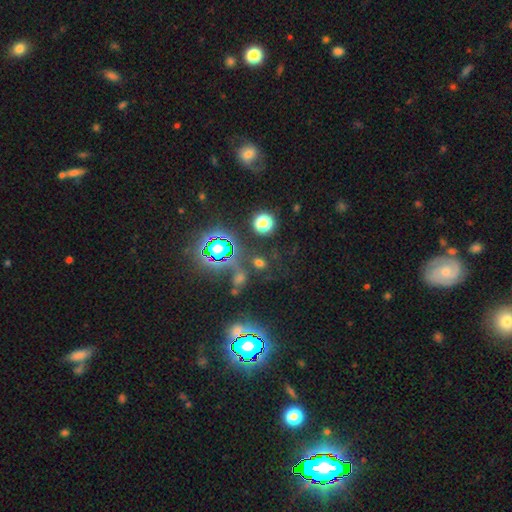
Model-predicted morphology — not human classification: This is likely a star or artifact rather than a galaxy (79%).